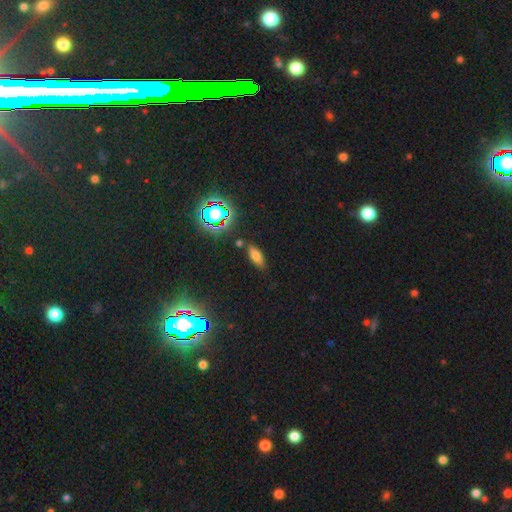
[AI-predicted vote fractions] Overall: smooth (65%). How rounded: in between (76%). Merging: none (79%).